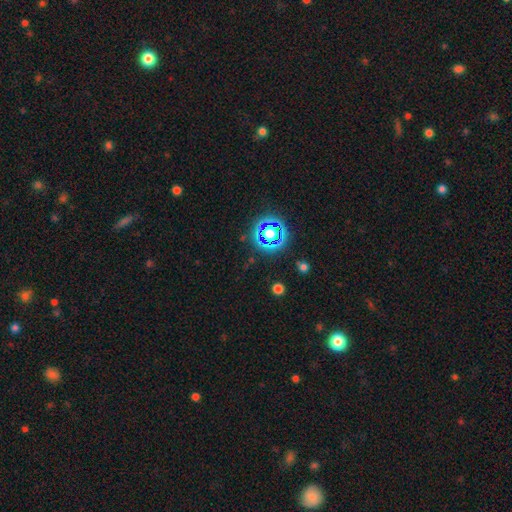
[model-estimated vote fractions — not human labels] smooth_or_featured: star or artifact (p=0.78) [alt: smooth p=0.14]